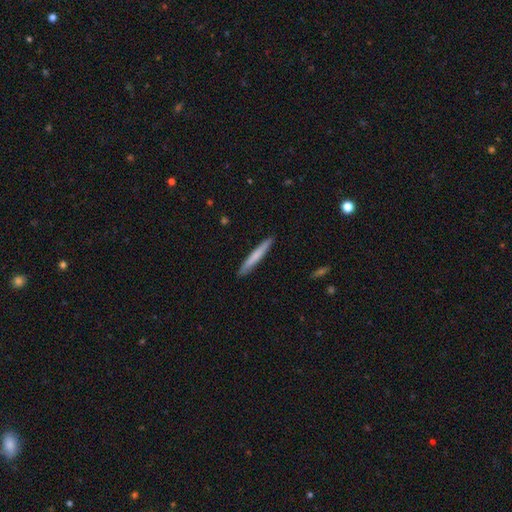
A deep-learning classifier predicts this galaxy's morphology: Smooth or featured? smooth (67%)
How rounded? cigar-shaped (96%)
Merging? none (91%)